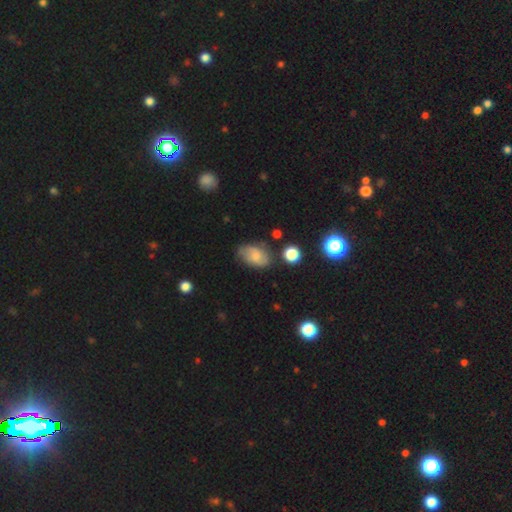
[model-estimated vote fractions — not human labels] The model was most divided on "smooth or featured": smooth: 58%, featured or disk: 32%, star or artifact: 10%. More confident: how rounded — in between (86%); merging — none (62%).